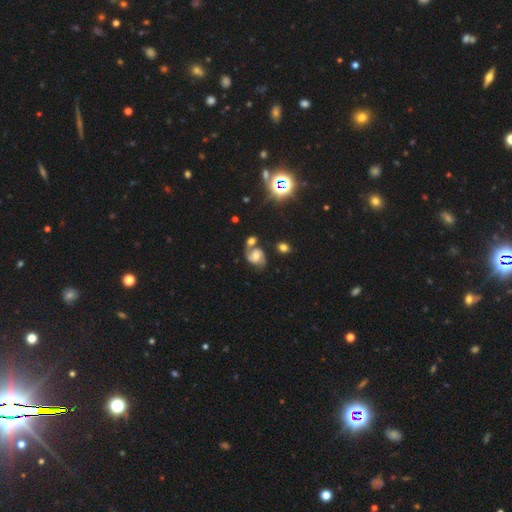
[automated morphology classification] featured or disk 74%, smooth 15%, star or artifact 11%. Down the decision tree: edge-on disk — no (97%); bar — no (54%); spiral arms — yes (94%); spiral arm count — 2 (88%); spiral winding — medium (54%); bulge size — moderate (61%); merging — none (51%).